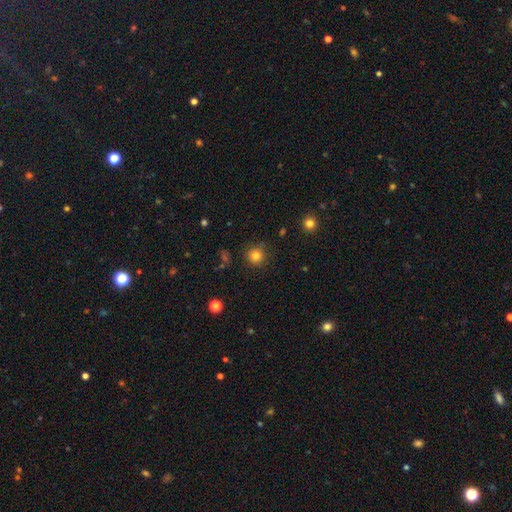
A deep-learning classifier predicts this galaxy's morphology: Smooth or featured?
  - smooth: 80% *
  - star or artifact: 14%
  - featured or disk: 6%
How rounded?
  - round: 93% *
  - in between: 6%
  - cigar-shaped: 1%
Merging?
  - none: 83% *
  - minor disturbance: 12%
  - major disturbance: 3%
  - merger: 2%